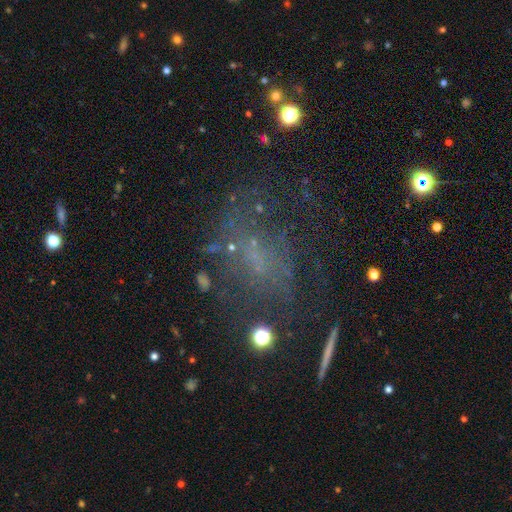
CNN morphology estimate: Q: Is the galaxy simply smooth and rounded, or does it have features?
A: featured or disk — 44%.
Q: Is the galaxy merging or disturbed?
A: none — 46%.